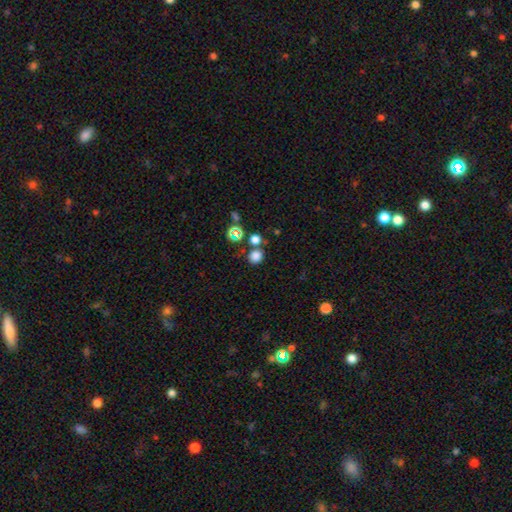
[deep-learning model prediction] The model was most divided on "merging": none: 71%, merger: 16%, minor disturbance: 9%, major disturbance: 4%. More confident: how rounded — round (86%); smooth or featured — smooth (78%).